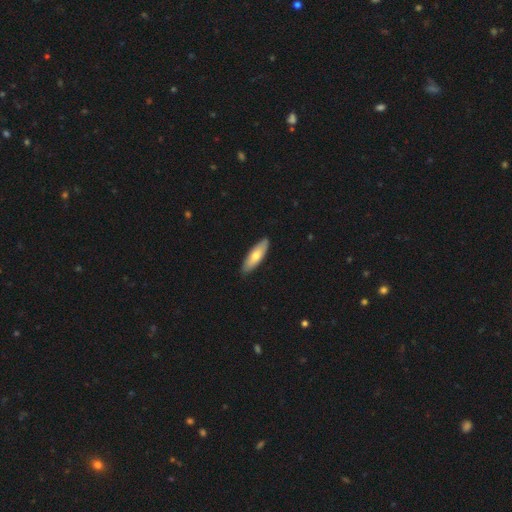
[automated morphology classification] Smooth or featured? smooth (66%)
How rounded? in between (52%)
Merging? none (89%)